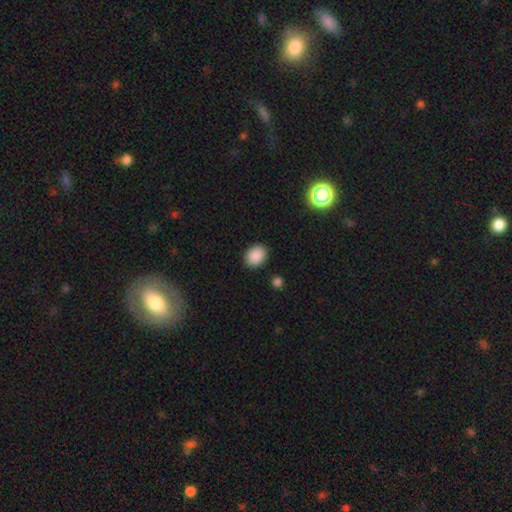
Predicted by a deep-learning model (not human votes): smooth 89%, star or artifact 8%, featured or disk 3%. Down the decision tree: how rounded — in between (58%); merging — none (89%).